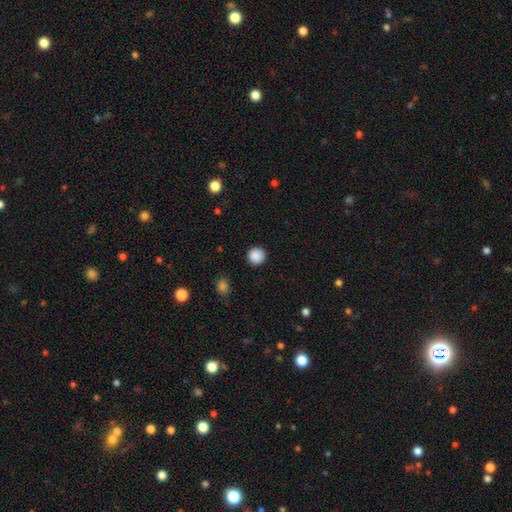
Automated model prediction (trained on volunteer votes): Overall: smooth (88%). How rounded: round (95%). Merging: none (92%).